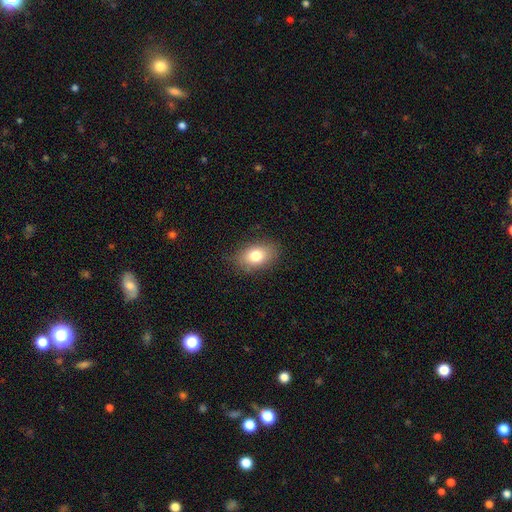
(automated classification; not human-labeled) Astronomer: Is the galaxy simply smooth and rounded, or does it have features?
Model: smooth — 79%.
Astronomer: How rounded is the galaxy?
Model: in between — 83%.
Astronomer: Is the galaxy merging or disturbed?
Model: none — 82%.